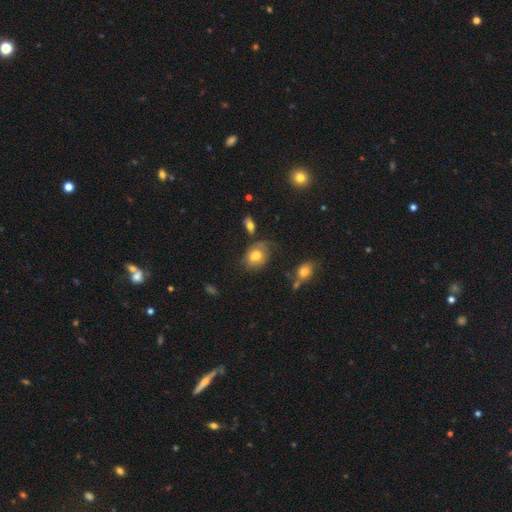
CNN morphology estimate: smooth_or_featured: smooth (p=0.71) [alt: featured or disk p=0.19]
how_rounded: in between (p=0.65) [alt: round p=0.34]
merging: none (p=0.51) [alt: minor disturbance p=0.27]